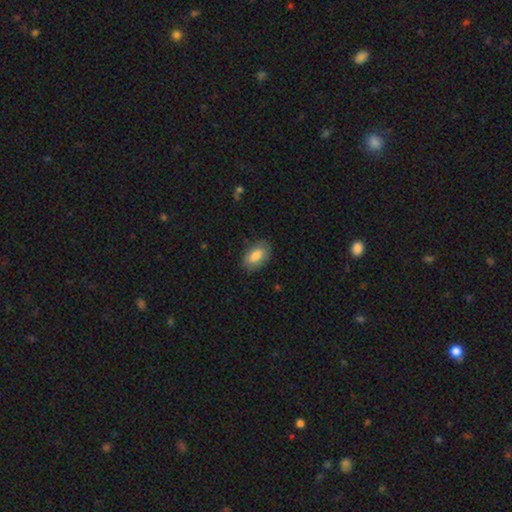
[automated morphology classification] smooth 79%, featured or disk 14%, star or artifact 6%. Down the decision tree: how rounded — in between (91%); merging — none (83%).